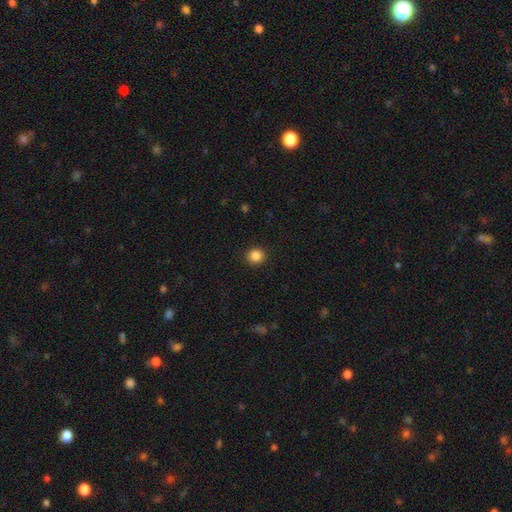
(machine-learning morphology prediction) smooth 86%, star or artifact 11%, featured or disk 3%. Down the decision tree: how rounded — round (93%); merging — none (92%).